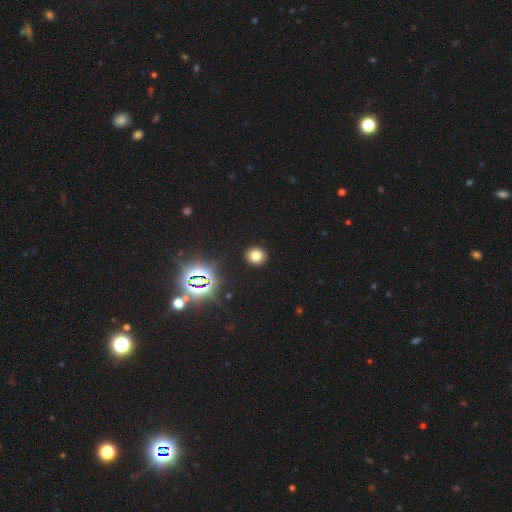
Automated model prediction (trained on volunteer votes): The model was most divided on "smooth or featured": smooth: 74%, star or artifact: 19%, featured or disk: 7%. More confident: merging — none (92%); how rounded — round (87%).